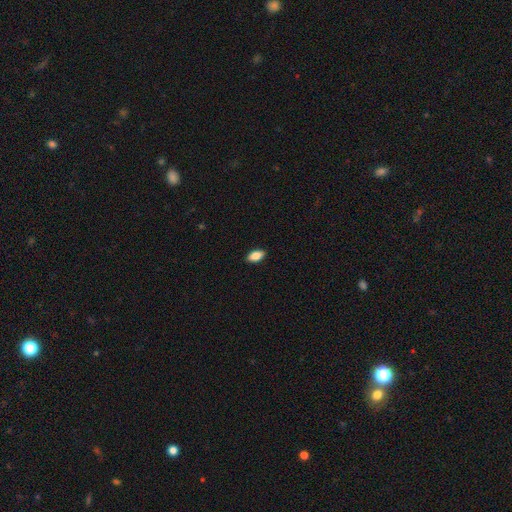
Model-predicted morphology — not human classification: Smooth or featured? smooth (85%)
How rounded? in between (91%)
Merging? none (89%)